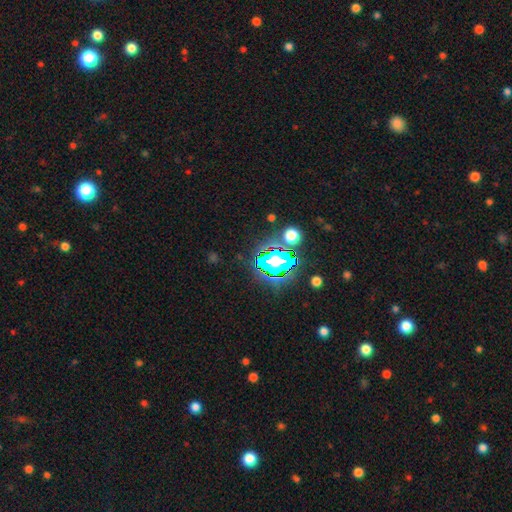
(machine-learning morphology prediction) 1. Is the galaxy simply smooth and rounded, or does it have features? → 82% star or artifact, 11% smooth, 7% featured or disk.